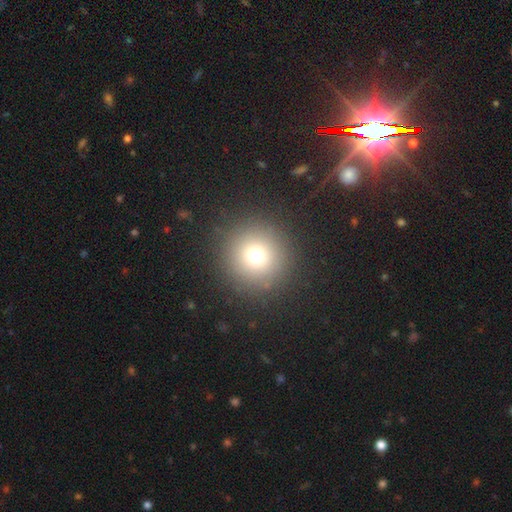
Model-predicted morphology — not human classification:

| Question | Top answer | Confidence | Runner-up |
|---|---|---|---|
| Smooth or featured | smooth | 72% | star or artifact (17%) |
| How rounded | round | 95% | in between (4%) |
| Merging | none | 89% | minor disturbance (6%) |